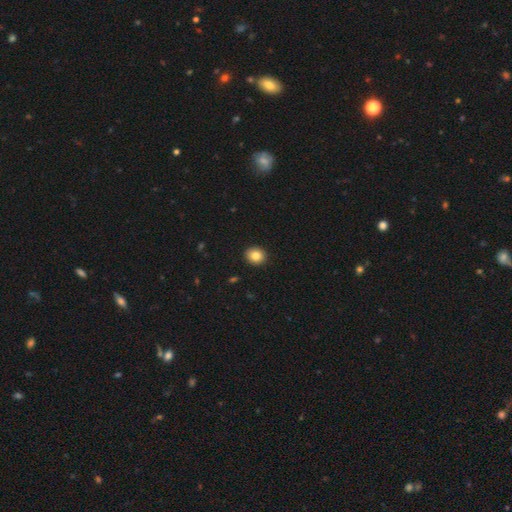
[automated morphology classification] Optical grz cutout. It shows a smooth galaxy with no disk features (83%) that is round (69%). Merging: none (92%).